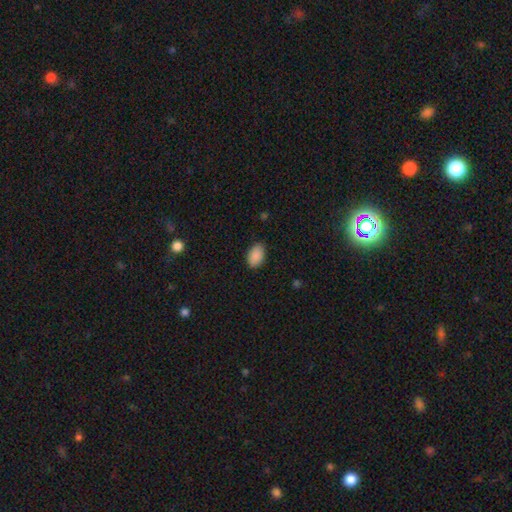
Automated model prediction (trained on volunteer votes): smooth_or_featured: smooth (p=0.90) [alt: star or artifact p=0.07]
how_rounded: in between (p=0.91) [alt: round p=0.08]
merging: none (p=0.83) [alt: minor disturbance p=0.14]